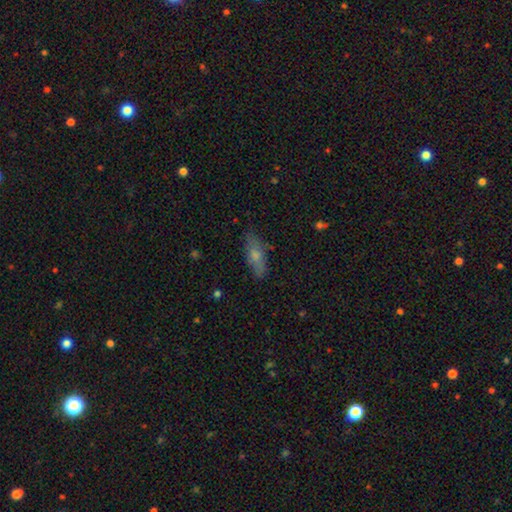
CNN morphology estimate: This appears to be a smooth galaxy with no disk features (65%) that is in between round and cigar-shaped (58%). Merging: none (77%).